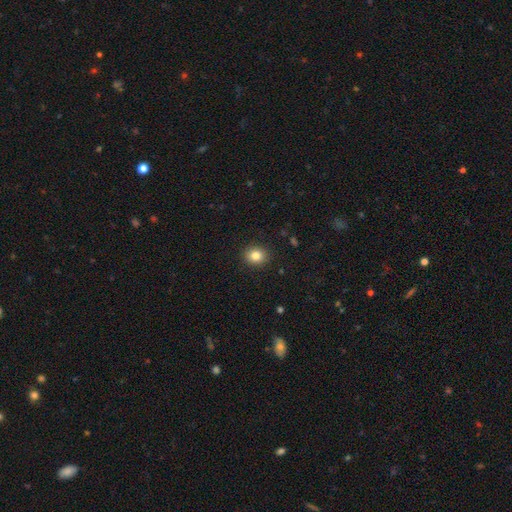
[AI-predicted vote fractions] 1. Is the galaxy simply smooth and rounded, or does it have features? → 83% smooth, 10% star or artifact, 7% featured or disk.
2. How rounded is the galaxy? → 68% round, 31% in between, 1% cigar-shaped.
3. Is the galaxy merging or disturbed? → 90% none, 7% minor disturbance, 2% major disturbance, 1% merger.